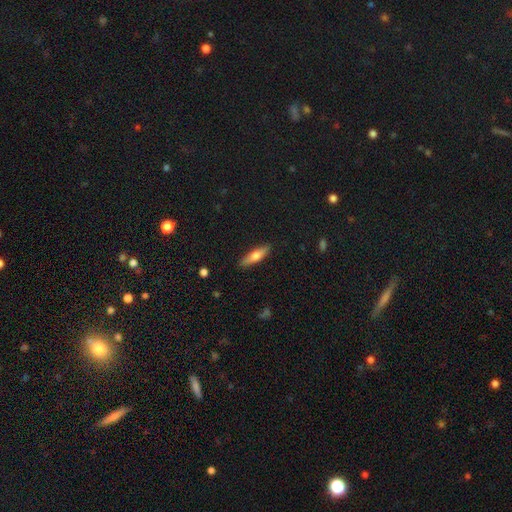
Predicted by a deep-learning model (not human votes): Morphology: type=smooth (64%); roundness=cigar-shaped (67%); merging=none (88%).